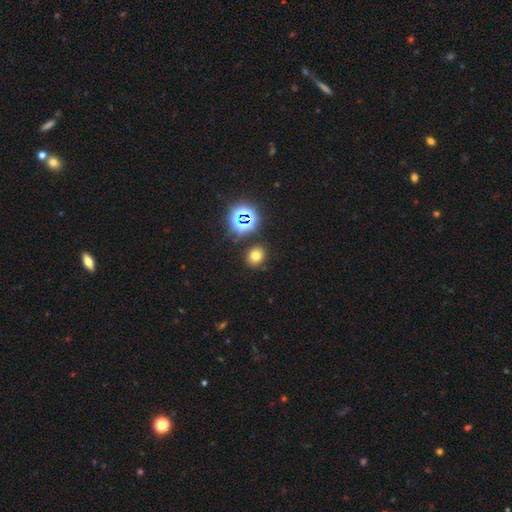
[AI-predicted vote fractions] smooth_or_featured: smooth (p=0.69) [alt: star or artifact p=0.23]
how_rounded: round (p=0.72) [alt: in between p=0.27]
merging: none (p=0.84) [alt: minor disturbance p=0.09]